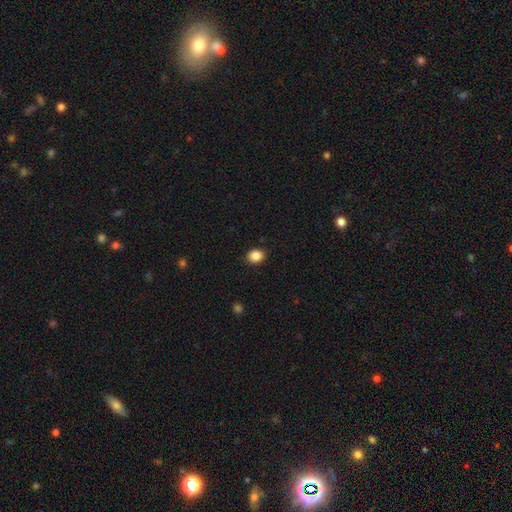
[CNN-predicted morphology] type=smooth (87%); roundness=round (59%); merging=none (90%).